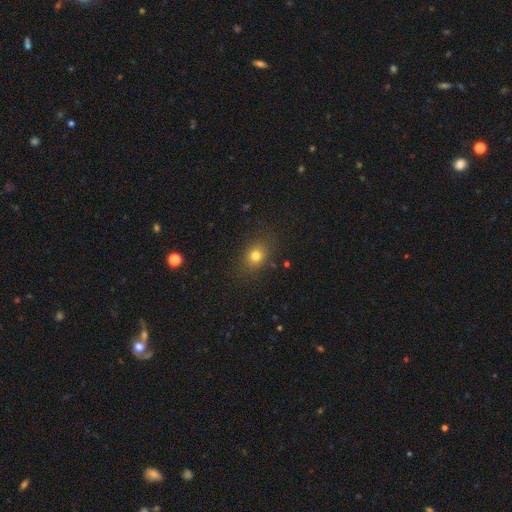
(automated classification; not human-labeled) smooth-or-featured: smooth: 76% | star or artifact: 15% | featured or disk: 9%
  how-rounded: round: 50% | in between: 48% | cigar-shaped: 1%
  merging: none: 83% | minor disturbance: 12% | major disturbance: 4% | merger: 1%